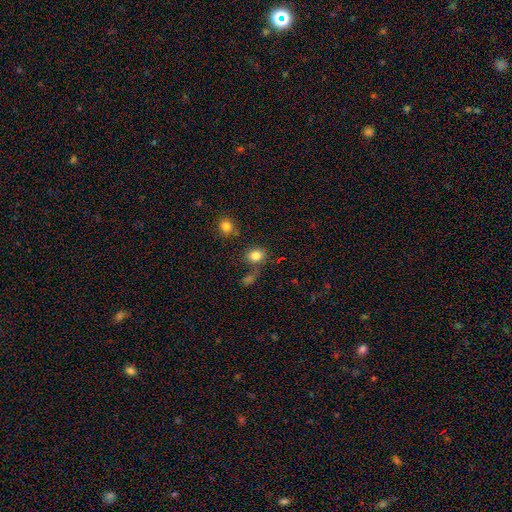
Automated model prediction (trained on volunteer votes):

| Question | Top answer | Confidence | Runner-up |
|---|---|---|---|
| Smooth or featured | smooth | 82% | star or artifact (11%) |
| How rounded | round | 51% | in between (48%) |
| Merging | none | 64% | merger (15%) |